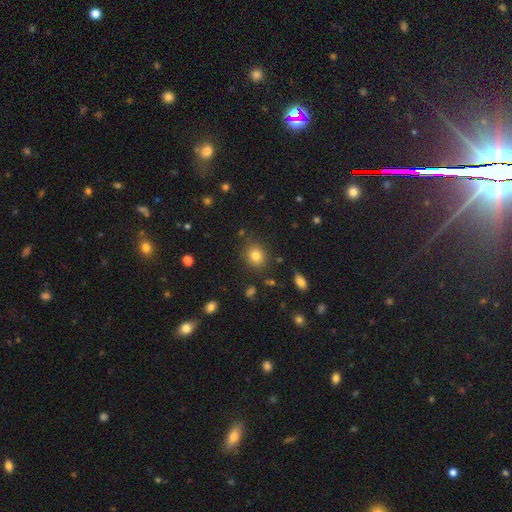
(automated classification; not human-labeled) This is clearly a smooth galaxy (81%). How rounded: likely round (72%). Merging: clearly none (84%).